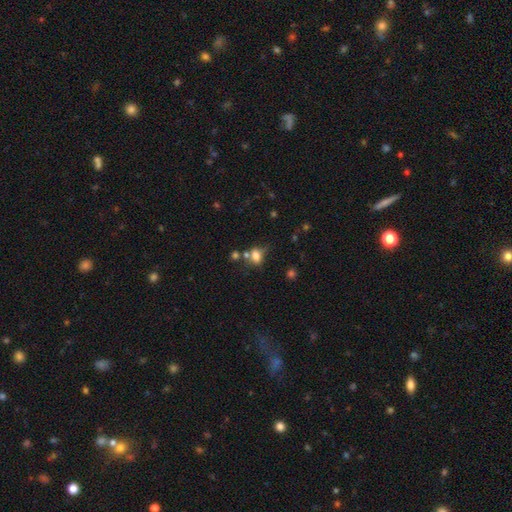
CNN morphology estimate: smooth 73%, star or artifact 14%, featured or disk 13%. Down the decision tree: how rounded — in between (56%); merging — none (47%).